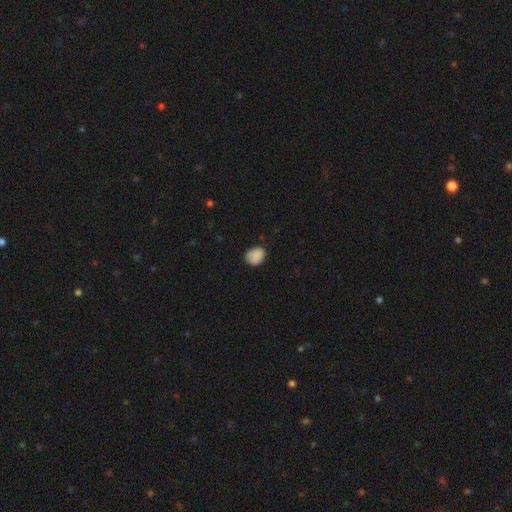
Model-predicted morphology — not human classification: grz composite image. It shows a smooth galaxy with no disk features (88%) that is in between round and cigar-shaped (52%). Merging: none (76%).